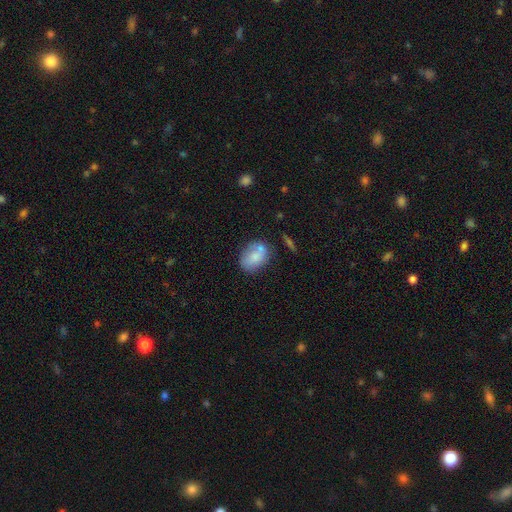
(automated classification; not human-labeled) Smooth or featured: smooth — 74% (featured or disk — 19%)
How rounded: in between — 69% (round — 29%)
Merging: none — 53% (minor disturbance — 21%)